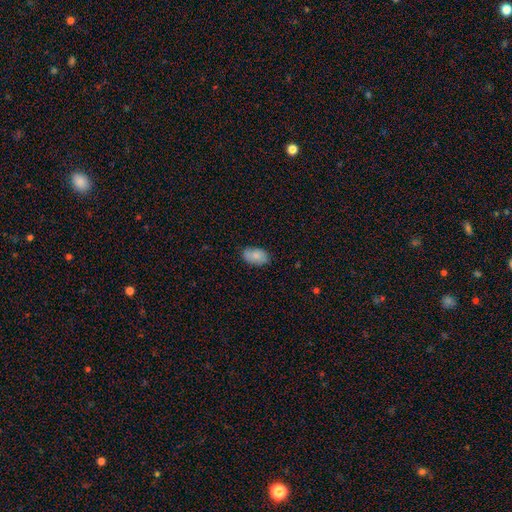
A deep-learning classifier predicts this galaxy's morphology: type=smooth (81%); roundness=in between (91%); merging=none (79%).